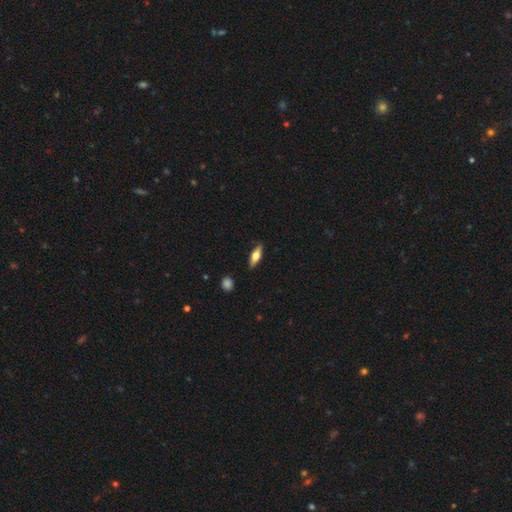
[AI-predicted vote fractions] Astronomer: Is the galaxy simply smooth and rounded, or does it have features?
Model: smooth — 58% (runner-up: featured or disk, 35%).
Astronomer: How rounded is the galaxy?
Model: in between — 59% (runner-up: cigar-shaped, 38%).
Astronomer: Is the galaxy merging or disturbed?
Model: none — 88%.